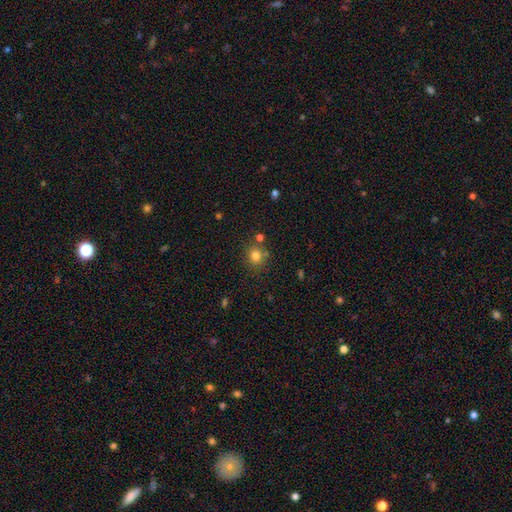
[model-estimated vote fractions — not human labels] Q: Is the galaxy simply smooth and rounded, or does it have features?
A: smooth — 78%.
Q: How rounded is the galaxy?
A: round — 84%.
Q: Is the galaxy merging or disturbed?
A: none — 77%.